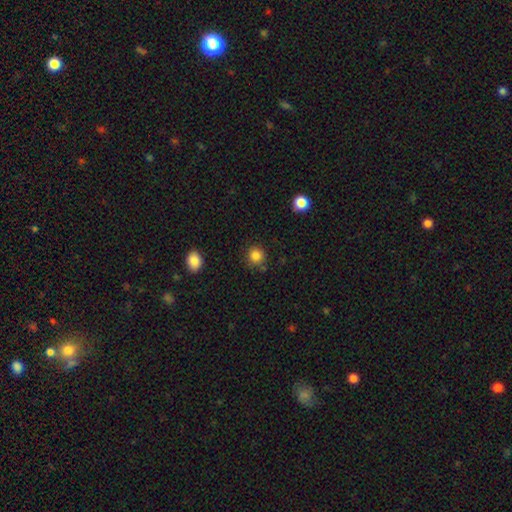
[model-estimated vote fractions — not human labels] The model was most divided on "smooth or featured": smooth: 85%, star or artifact: 11%, featured or disk: 4%. More confident: how rounded — round (90%); merging — none (84%).